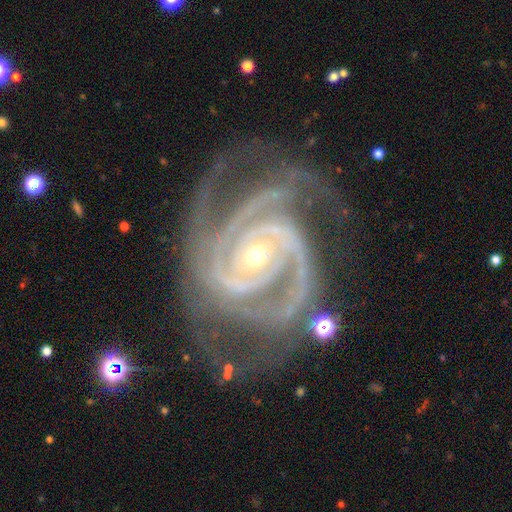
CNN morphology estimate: Q: Smooth or featured?
A: featured or disk (94%); runner-up: star or artifact (4%)
Q: Edge-on disk?
A: no (98%); runner-up: yes (2%)
Q: Bar?
A: no (55%); runner-up: weak (27%)
Q: Spiral arms?
A: yes (99%); runner-up: no (1%)
Q: Spiral winding?
A: tight (72%); runner-up: medium (26%)
Q: Spiral arm count?
A: 3 (39%); runner-up: 2 (27%)
Q: Bulge size?
A: small (61%); runner-up: moderate (36%)
Q: Merging?
A: none (65%); runner-up: minor disturbance (20%)